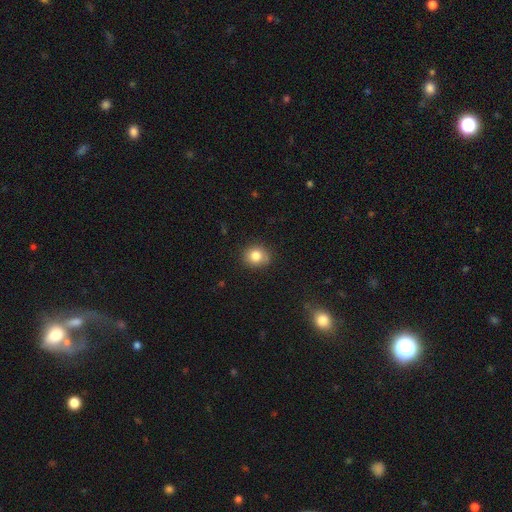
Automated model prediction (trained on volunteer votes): The model was most divided on "how rounded": round: 77%, in between: 22%, cigar-shaped: 1%. More confident: merging — none (83%); smooth or featured — smooth (82%).